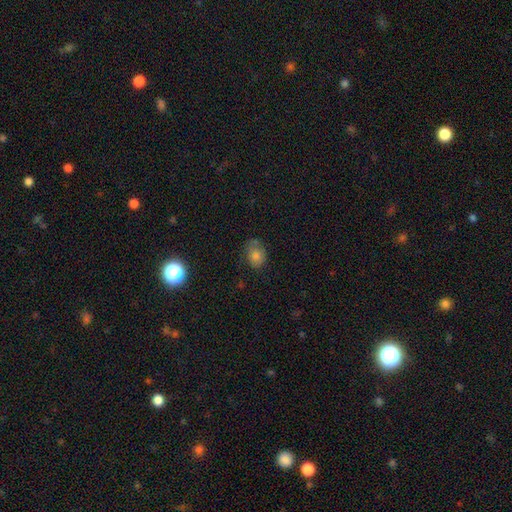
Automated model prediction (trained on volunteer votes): Q: Smooth or featured?
A: smooth (72%); runner-up: star or artifact (15%)
Q: How rounded?
A: in between (59%); runner-up: round (40%)
Q: Merging?
A: none (61%); runner-up: minor disturbance (27%)